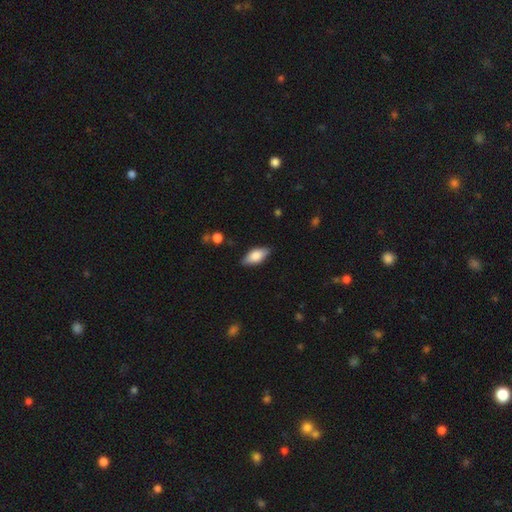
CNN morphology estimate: Overall: smooth (76%). How rounded: in between (86%). Merging: none (84%).